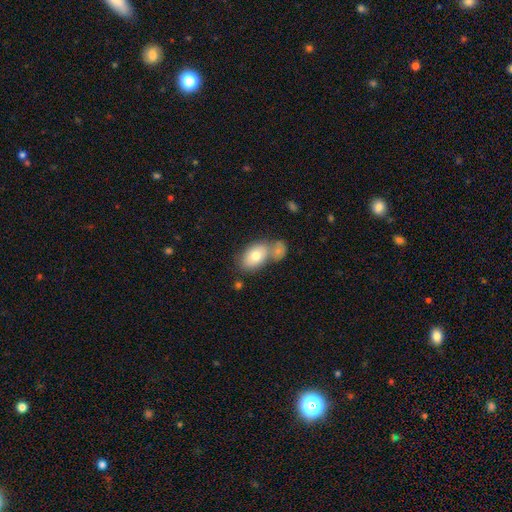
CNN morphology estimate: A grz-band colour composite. It shows a smooth galaxy with no disk features (75%) that is in between round and cigar-shaped (89%). Merging: none (43%).